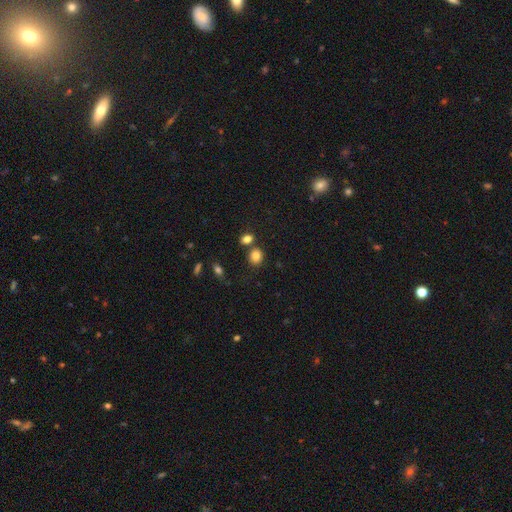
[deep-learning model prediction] A smooth galaxy with no disk features (83%) that is round (68%). Merging: none (69%).